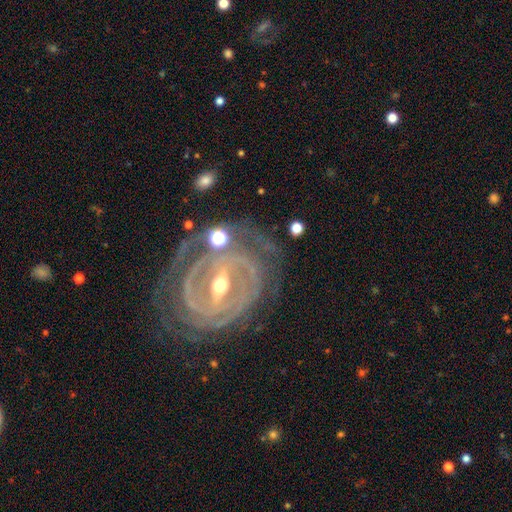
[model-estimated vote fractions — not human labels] A featured or disk galaxy (90%) with a strong bar (61%), 2 (31%) tight (76%) spiral arms (96%) and a moderate central bulge (56%). Merging: none (68%).